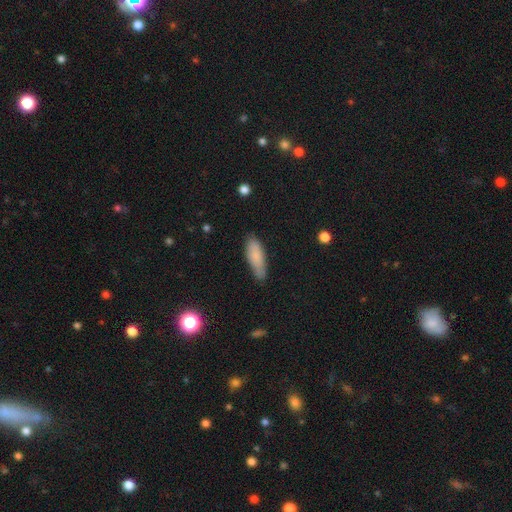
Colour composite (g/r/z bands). It shows a smooth galaxy with no disk features (78%) that is cigar-shaped (61%). Merging: none (76%).